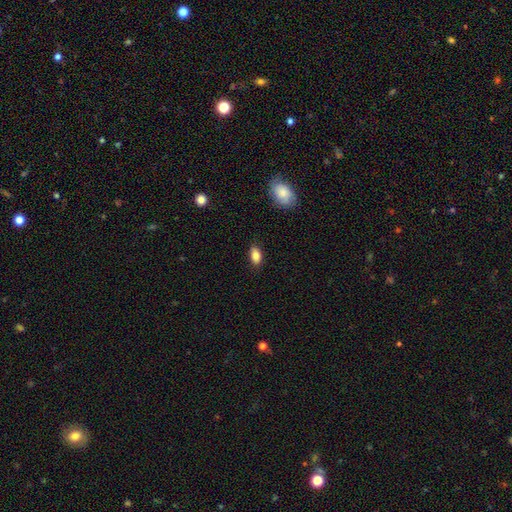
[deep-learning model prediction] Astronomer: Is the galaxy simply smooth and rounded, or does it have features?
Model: smooth — 86%.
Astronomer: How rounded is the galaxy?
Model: in between — 90%.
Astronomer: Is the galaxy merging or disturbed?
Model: none — 84%.